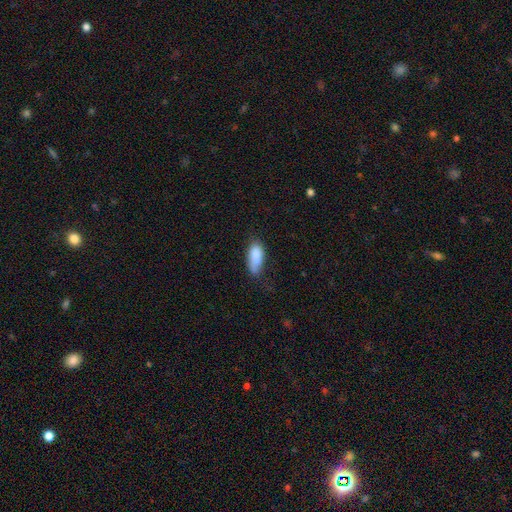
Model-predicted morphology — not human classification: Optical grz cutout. It shows a smooth galaxy with no disk features (84%) that is in between round and cigar-shaped (83%). Merging: none (47%).